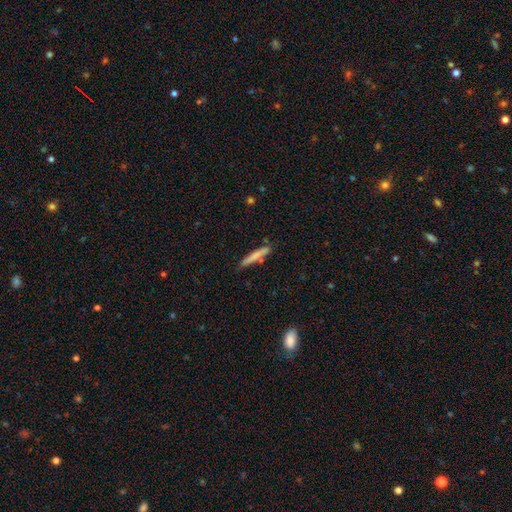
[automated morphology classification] Smooth or featured? smooth (74%)
How rounded? cigar-shaped (95%)
Merging? none (81%)